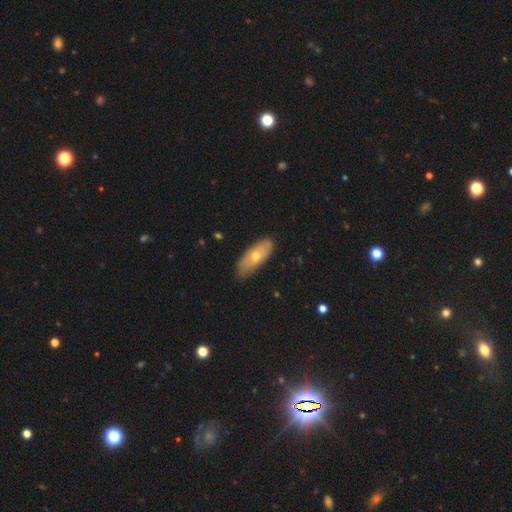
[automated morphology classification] smooth_or_featured: smooth (p=0.58) [alt: featured or disk p=0.36]
how_rounded: in between (p=0.73) [alt: cigar-shaped p=0.25]
merging: none (p=0.83) [alt: minor disturbance p=0.14]